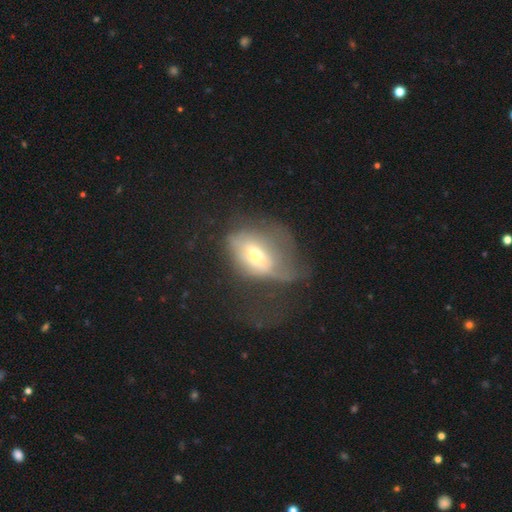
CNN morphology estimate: Smooth or featured? smooth (49%)
Merging? major disturbance (53%)